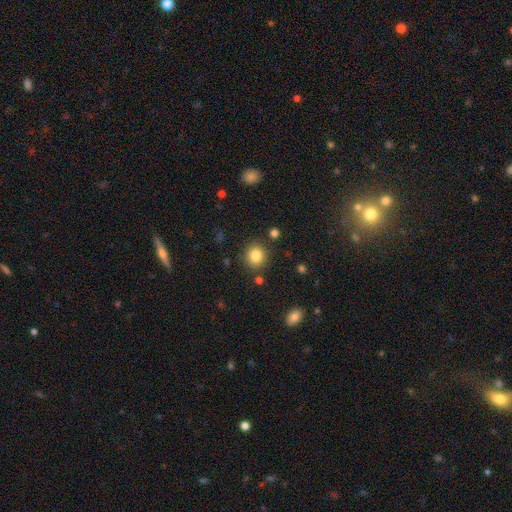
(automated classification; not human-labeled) Morphology: type=smooth (83%); roundness=round (89%); merging=none (86%).